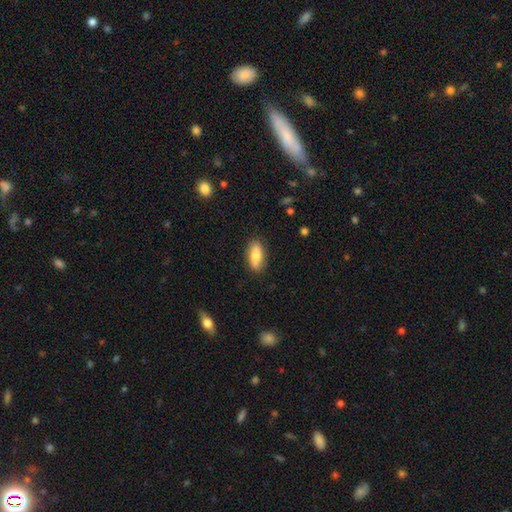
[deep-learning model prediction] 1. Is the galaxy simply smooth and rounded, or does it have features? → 73% smooth, 20% featured or disk, 6% star or artifact.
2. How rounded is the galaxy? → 77% in between, 20% cigar-shaped, 3% round.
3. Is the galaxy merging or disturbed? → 85% none, 11% minor disturbance, 2% major disturbance, 1% merger.